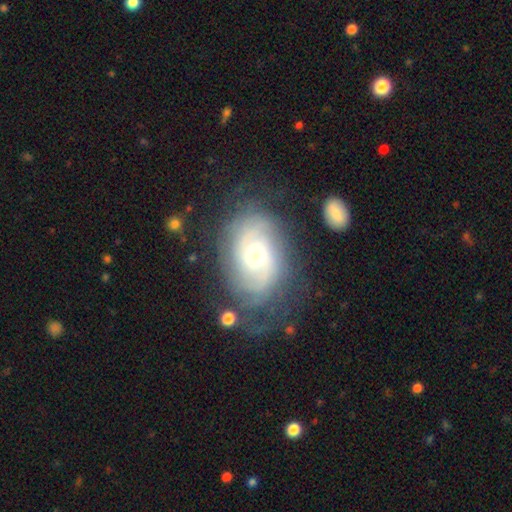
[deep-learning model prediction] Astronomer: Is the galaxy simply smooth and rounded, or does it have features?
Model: featured or disk — 78%.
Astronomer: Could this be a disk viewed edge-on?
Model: no — 96%.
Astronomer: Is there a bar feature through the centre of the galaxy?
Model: no — 64%.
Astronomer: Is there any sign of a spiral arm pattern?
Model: yes — 91%.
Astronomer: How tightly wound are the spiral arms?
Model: tight — 59%.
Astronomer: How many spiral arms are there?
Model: can't tell — 40% (runner-up: 2, 34%).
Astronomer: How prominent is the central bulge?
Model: moderate — 54% (runner-up: small, 40%).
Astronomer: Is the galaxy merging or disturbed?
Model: none — 64%.